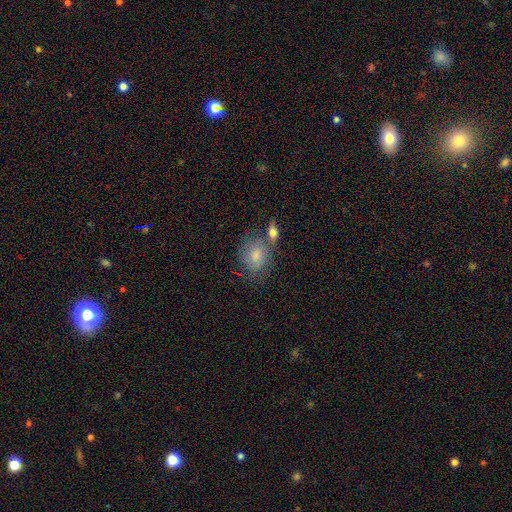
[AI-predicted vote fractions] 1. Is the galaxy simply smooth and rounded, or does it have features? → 74% smooth, 17% featured or disk, 9% star or artifact.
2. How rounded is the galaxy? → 51% in between, 48% round, 1% cigar-shaped.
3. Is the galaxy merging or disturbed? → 51% none, 21% merger, 20% minor disturbance, 9% major disturbance.